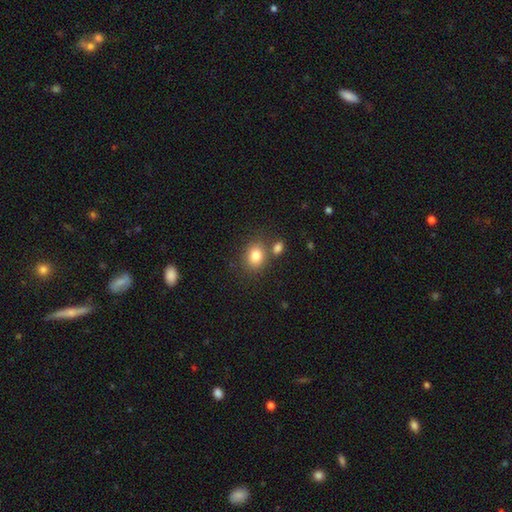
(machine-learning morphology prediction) Smooth or featured? Predicted: smooth (p=0.82). How rounded? Predicted: round (p=0.57). Merging? Predicted: none (p=0.68).